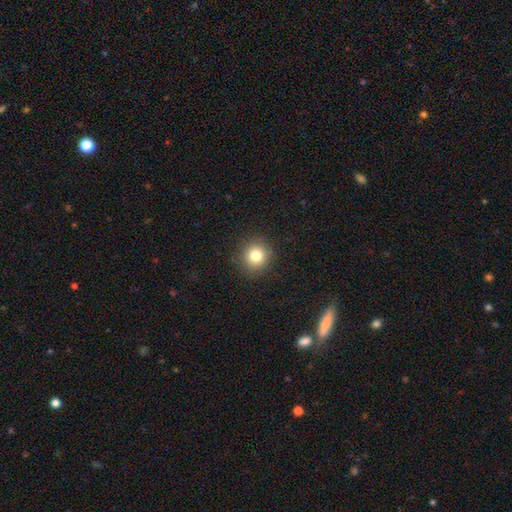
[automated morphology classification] Overall: smooth (80%). How rounded: round (92%). Merging: none (90%).